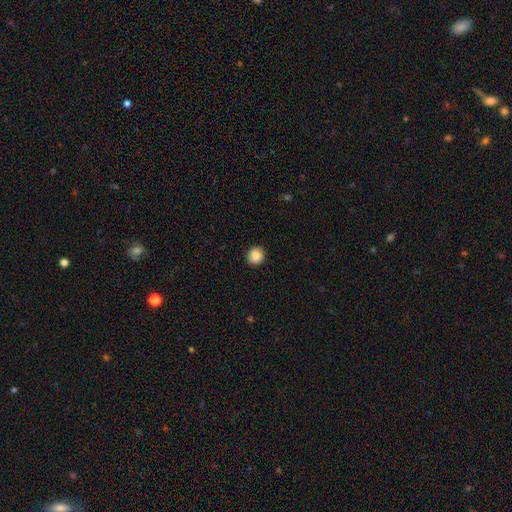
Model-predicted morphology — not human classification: This is clearly a smooth galaxy (88%). How rounded: clearly round (91%). Merging: clearly none (91%).